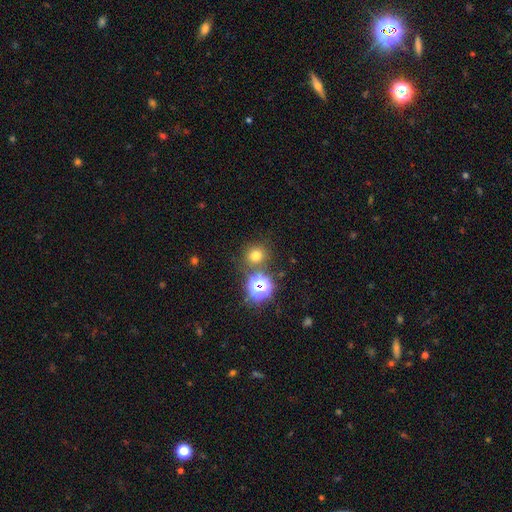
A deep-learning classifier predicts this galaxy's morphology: type=smooth (69%); roundness=round (88%); merging=none (78%).